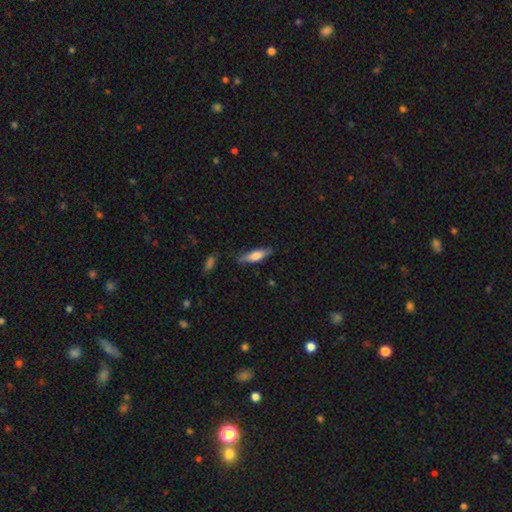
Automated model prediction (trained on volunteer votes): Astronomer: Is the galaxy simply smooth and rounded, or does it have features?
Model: smooth — 67%.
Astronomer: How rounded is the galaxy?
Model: cigar-shaped — 56% (runner-up: in between, 42%).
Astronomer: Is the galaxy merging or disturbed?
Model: none — 73%.